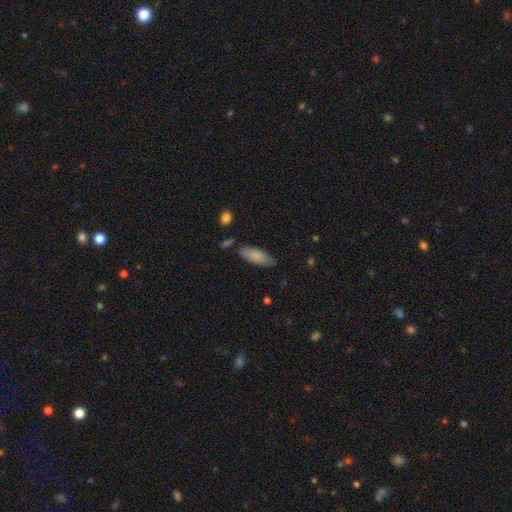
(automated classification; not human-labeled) Smooth or featured: smooth — 84% (featured or disk — 10%)
How rounded: in between — 74% (cigar-shaped — 25%)
Merging: none — 76% (minor disturbance — 17%)